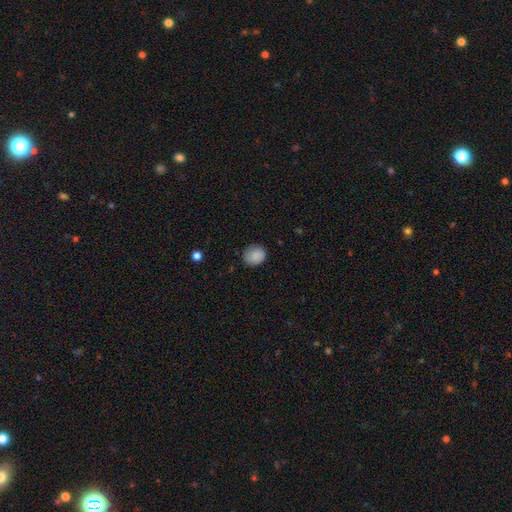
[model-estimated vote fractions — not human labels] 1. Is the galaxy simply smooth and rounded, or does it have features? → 87% smooth, 8% star or artifact, 5% featured or disk.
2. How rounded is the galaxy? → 69% round, 30% in between, 1% cigar-shaped.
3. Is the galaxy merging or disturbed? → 78% none, 18% minor disturbance, 3% major disturbance, 1% merger.